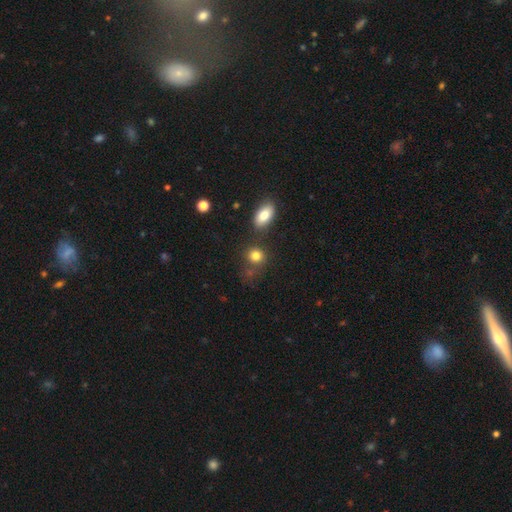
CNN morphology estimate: A smooth galaxy with no disk features (82%) that is round (74%). Merging: none (66%).